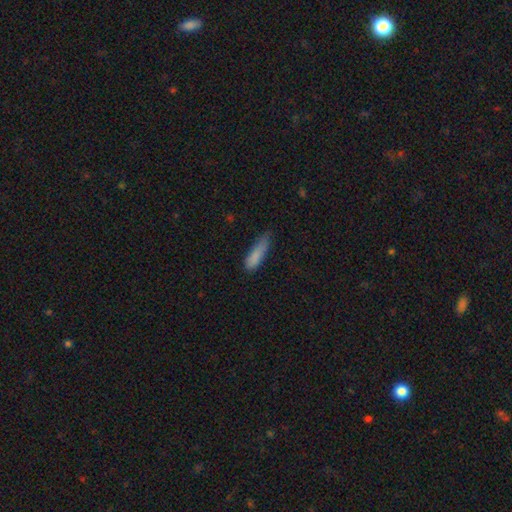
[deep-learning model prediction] This appears to be a smooth galaxy with no disk features (85%) that is cigar-shaped (62%). Merging: none (51%).